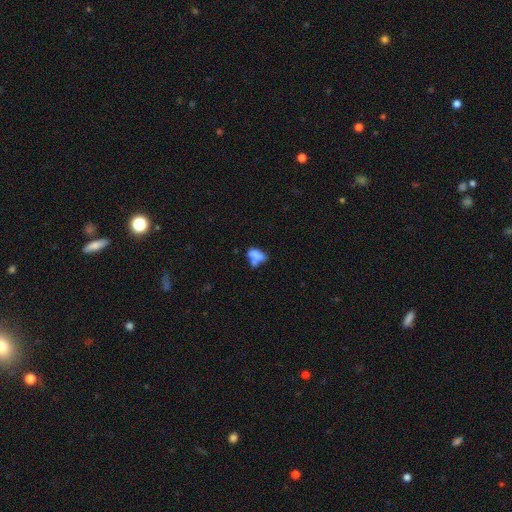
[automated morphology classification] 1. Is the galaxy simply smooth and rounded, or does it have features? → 66% smooth, 23% featured or disk, 11% star or artifact.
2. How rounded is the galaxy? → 82% in between, 10% round, 8% cigar-shaped.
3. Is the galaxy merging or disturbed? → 39% merger, 27% none, 18% minor disturbance, 16% major disturbance.